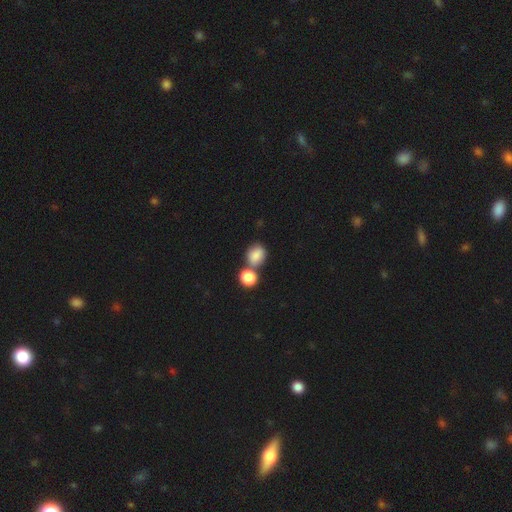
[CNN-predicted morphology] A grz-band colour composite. It shows a smooth galaxy with no disk features (84%) that is round (58%). Merging: merger (44%).